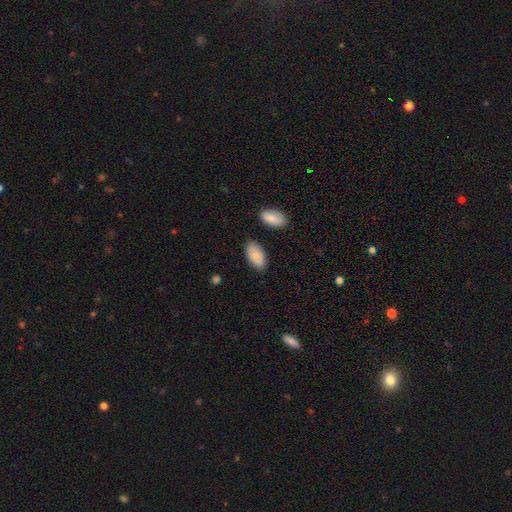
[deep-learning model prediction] smooth 86%, featured or disk 8%, star or artifact 6%. Down the decision tree: how rounded — in between (95%); merging — none (81%).